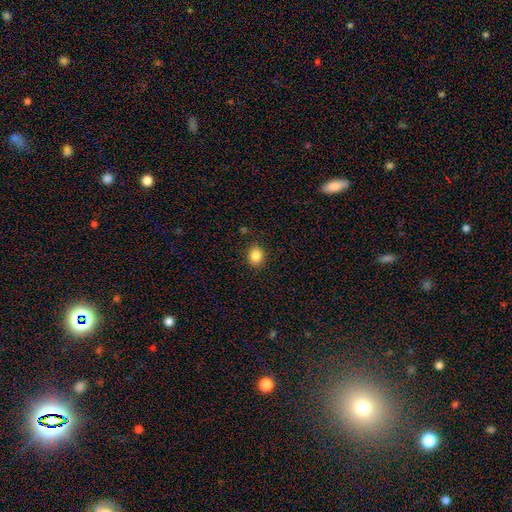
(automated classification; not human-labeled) This appears to be a smooth galaxy with no disk features (85%) that is round (67%). Merging: none (89%).